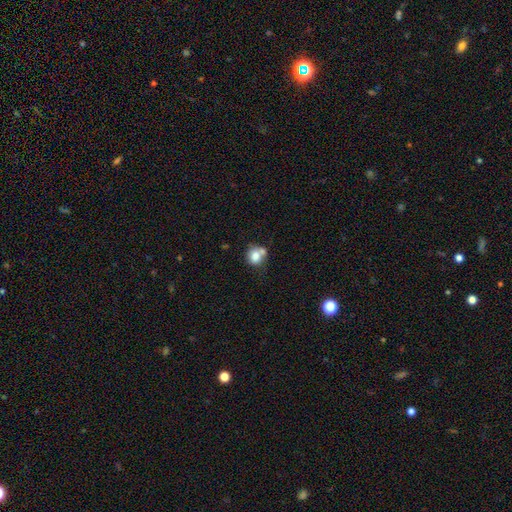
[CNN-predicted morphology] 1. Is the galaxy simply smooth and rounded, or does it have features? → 78% smooth, 13% featured or disk, 10% star or artifact.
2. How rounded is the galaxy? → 73% round, 26% in between, 1% cigar-shaped.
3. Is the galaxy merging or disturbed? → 42% none, 37% merger, 15% minor disturbance, 6% major disturbance.